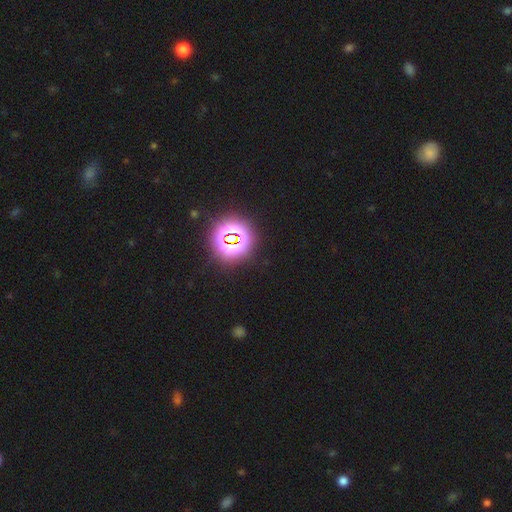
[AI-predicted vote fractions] A star or artifact, not a galaxy (81%).